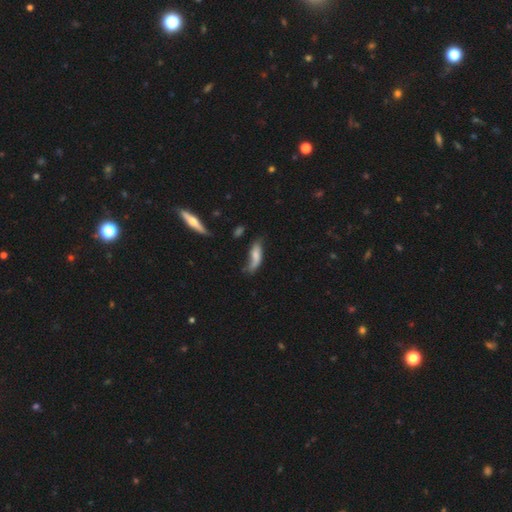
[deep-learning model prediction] Smooth or featured: smooth — 56% (featured or disk — 36%)
How rounded: in between — 60% (cigar-shaped — 37%)
Merging: none — 36% (minor disturbance — 34%)